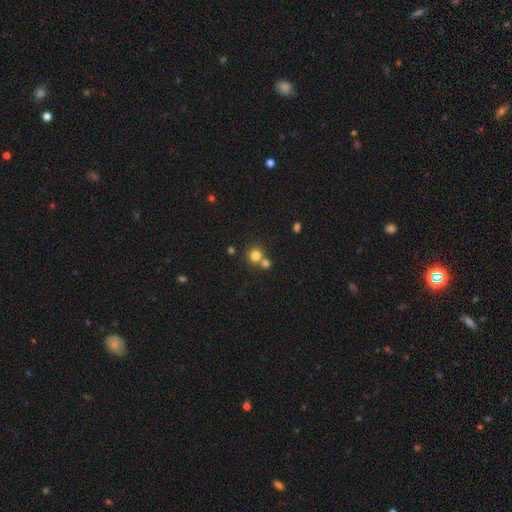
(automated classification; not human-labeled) smooth 78%, star or artifact 13%, featured or disk 8%. Down the decision tree: how rounded — round (90%); merging — none (53%).